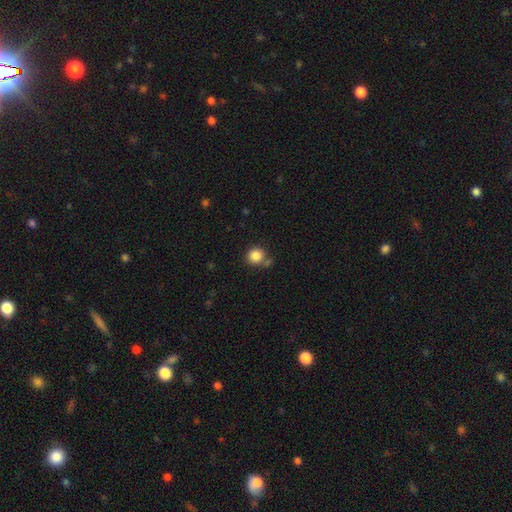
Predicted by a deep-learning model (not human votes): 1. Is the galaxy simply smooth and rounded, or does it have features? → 85% smooth, 10% star or artifact, 5% featured or disk.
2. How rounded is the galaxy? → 90% round, 9% in between, 1% cigar-shaped.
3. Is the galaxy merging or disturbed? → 71% none, 13% minor disturbance, 12% merger, 4% major disturbance.